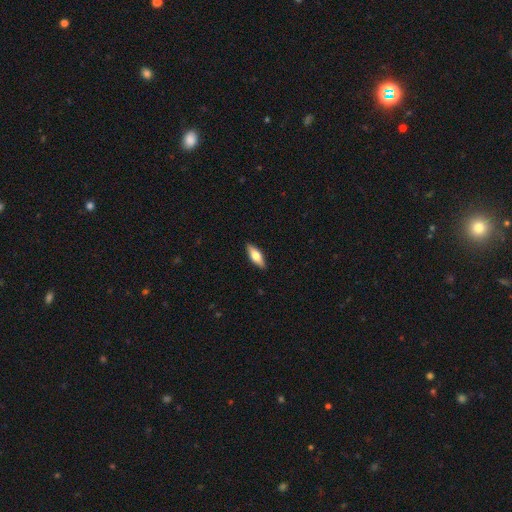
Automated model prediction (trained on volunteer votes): A smooth galaxy with no disk features (61%) that is in between round and cigar-shaped (64%). Merging: none (89%).